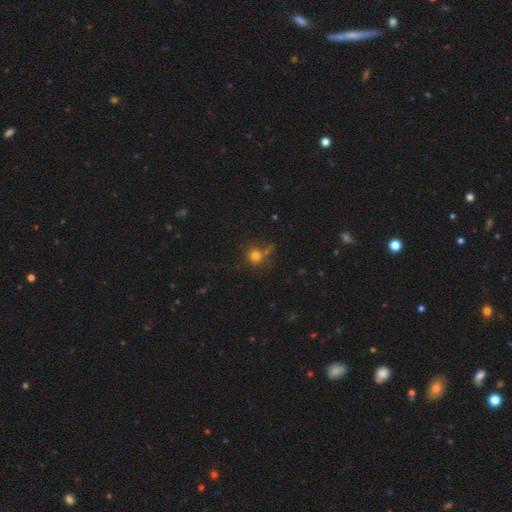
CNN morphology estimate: smooth_or_featured: smooth (p=0.77) [alt: star or artifact p=0.15]
how_rounded: round (p=0.90) [alt: in between p=0.09]
merging: none (p=0.71) [alt: minor disturbance p=0.13]